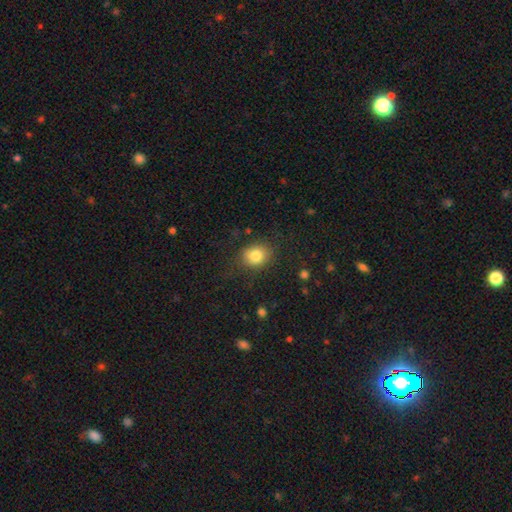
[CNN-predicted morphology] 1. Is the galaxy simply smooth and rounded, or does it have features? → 82% smooth, 10% star or artifact, 8% featured or disk.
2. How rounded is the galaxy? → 58% round, 41% in between, 1% cigar-shaped.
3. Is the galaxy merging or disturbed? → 80% none, 14% minor disturbance, 5% major disturbance, 1% merger.